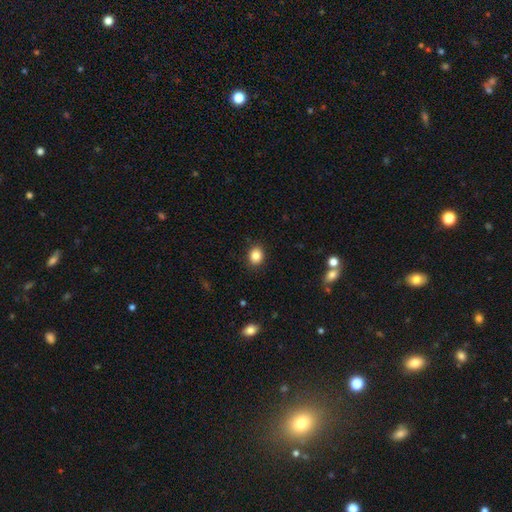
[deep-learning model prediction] The model was most divided on "how rounded": round: 60%, in between: 39%, cigar-shaped: 1%. More confident: merging — none (88%); smooth or featured — smooth (85%).